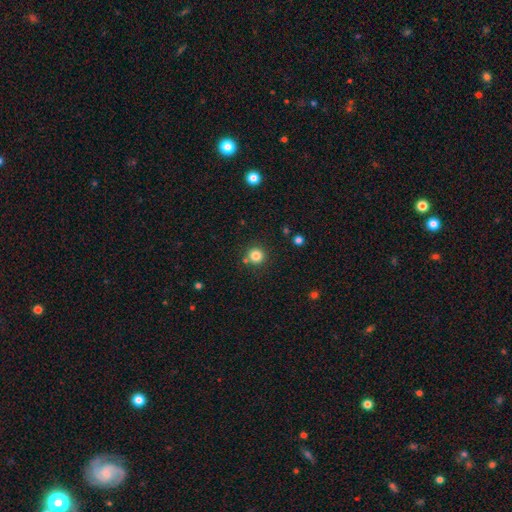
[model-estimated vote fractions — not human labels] Smooth or featured?
  - smooth: 83% *
  - star or artifact: 12%
  - featured or disk: 5%
How rounded?
  - round: 94% *
  - in between: 5%
  - cigar-shaped: 1%
Merging?
  - none: 83% *
  - minor disturbance: 8%
  - merger: 7%
  - major disturbance: 3%